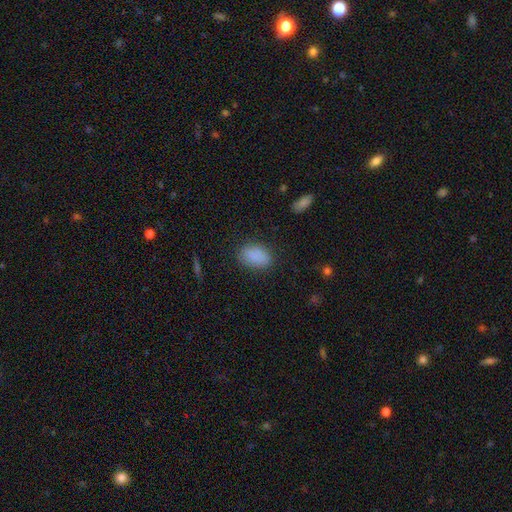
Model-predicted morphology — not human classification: A smooth galaxy with no disk features (88%) that is in between round and cigar-shaped (87%). Merging: none (84%).